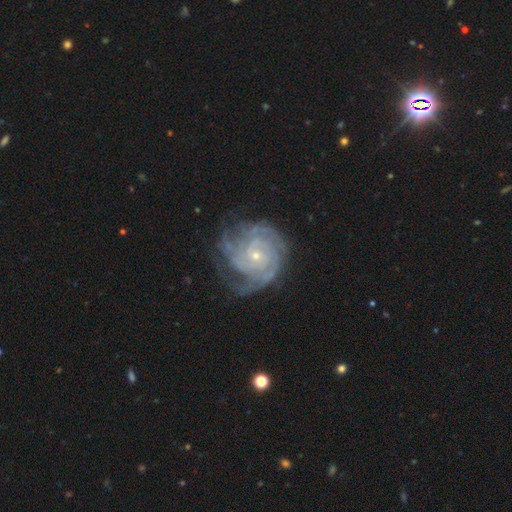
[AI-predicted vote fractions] Smooth or featured? Predicted: featured or disk (p=0.87). Edge-on disk? Predicted: no (p=0.98). Bar? Predicted: no (p=0.76). Spiral arms? Predicted: yes (p=0.97). Spiral winding? Predicted: tight (p=0.73). Spiral arm count? Predicted: can't tell (p=0.28). Bulge size? Predicted: small (p=0.79). Merging? Predicted: none (p=0.67).